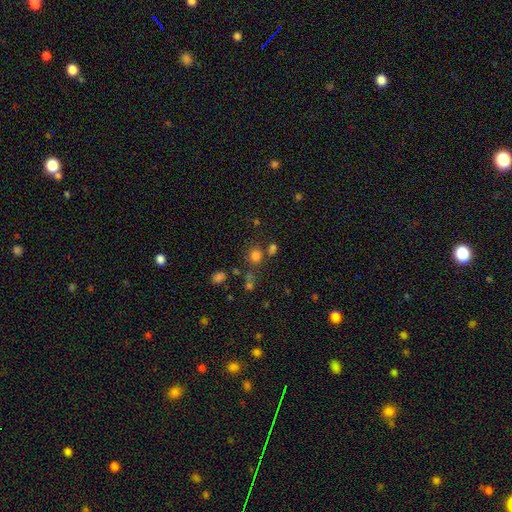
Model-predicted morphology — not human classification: Smooth or featured: smooth — 73% (star or artifact — 20%)
How rounded: round — 77% (in between — 22%)
Merging: none — 67% (merger — 17%)